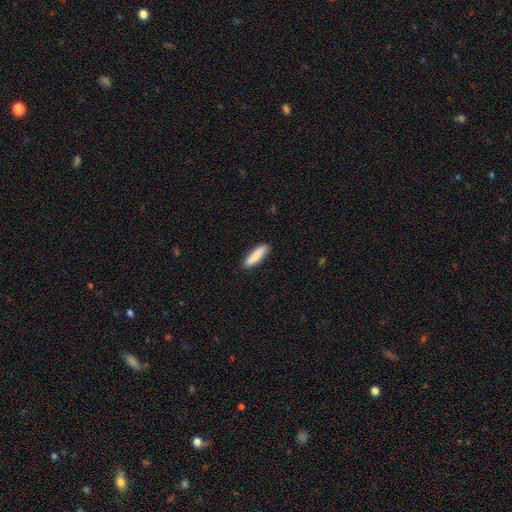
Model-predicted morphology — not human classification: Smooth or featured? Predicted: smooth (p=0.85). How rounded? Predicted: cigar-shaped (p=0.61). Merging? Predicted: none (p=0.88).